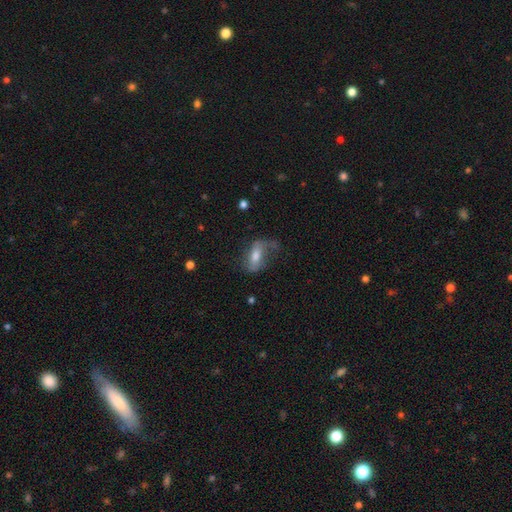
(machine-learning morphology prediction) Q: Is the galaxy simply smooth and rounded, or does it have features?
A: featured or disk — 48%.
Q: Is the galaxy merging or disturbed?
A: none — 46%.